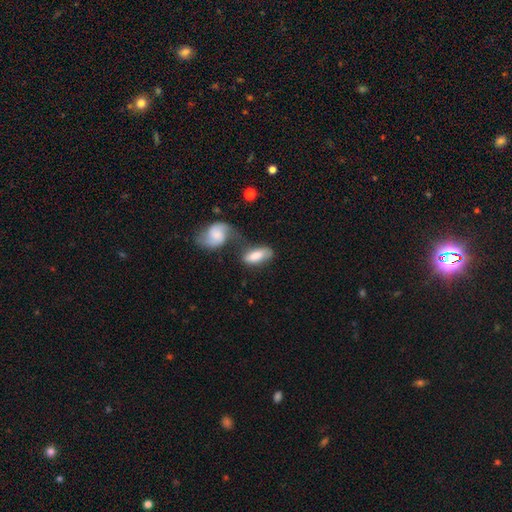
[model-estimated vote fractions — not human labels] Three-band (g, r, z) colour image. It shows a smooth galaxy with no disk features (74%) that is in between round and cigar-shaped (88%). Merging: merger (33%).